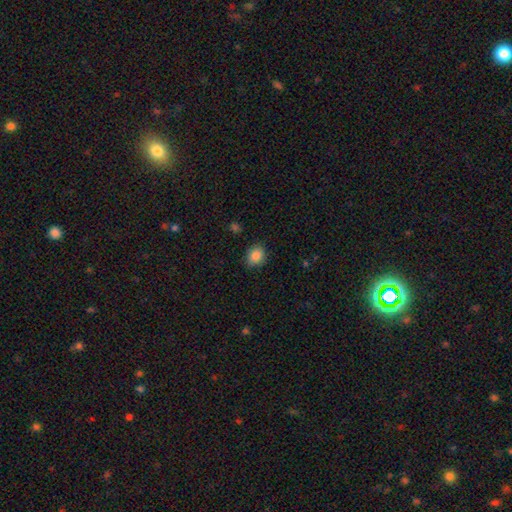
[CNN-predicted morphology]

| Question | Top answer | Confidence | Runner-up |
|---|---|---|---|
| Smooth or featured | smooth | 87% | star or artifact (9%) |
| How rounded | round | 61% | in between (38%) |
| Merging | none | 84% | minor disturbance (12%) |